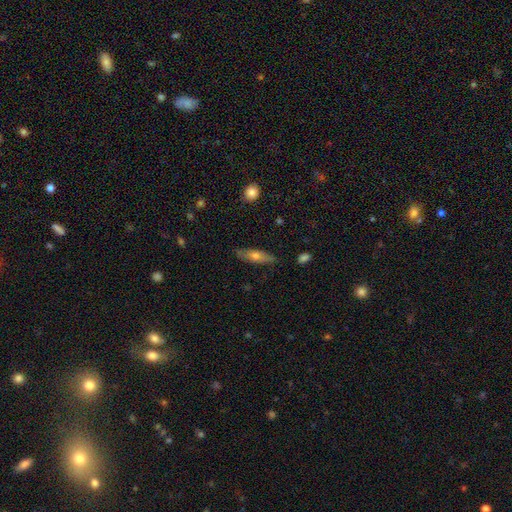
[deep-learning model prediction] smooth_or_featured: smooth (p=0.56) [alt: featured or disk p=0.38]
how_rounded: cigar-shaped (p=0.55) [alt: in between p=0.43]
merging: none (p=0.81) [alt: minor disturbance p=0.15]